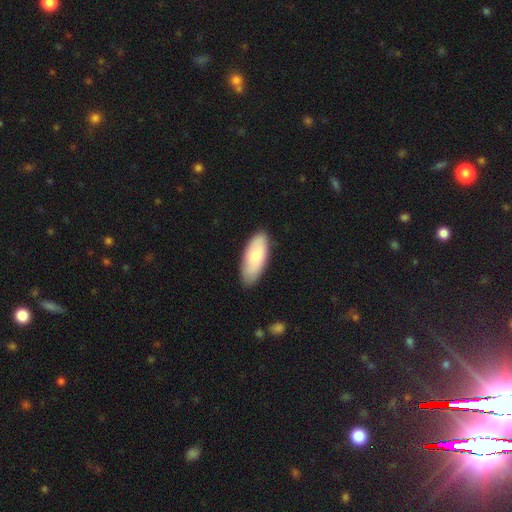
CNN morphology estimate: Q: Smooth or featured?
A: smooth (73%); runner-up: featured or disk (22%)
Q: How rounded?
A: in between (84%); runner-up: cigar-shaped (14%)
Q: Merging?
A: none (85%); runner-up: minor disturbance (11%)